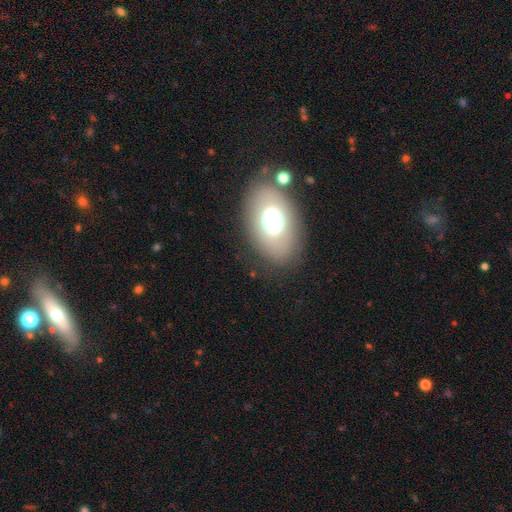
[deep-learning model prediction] The model was most divided on "smooth or featured": smooth: 55%, featured or disk: 30%, star or artifact: 15%. More confident: how rounded — in between (84%); merging — none (80%).